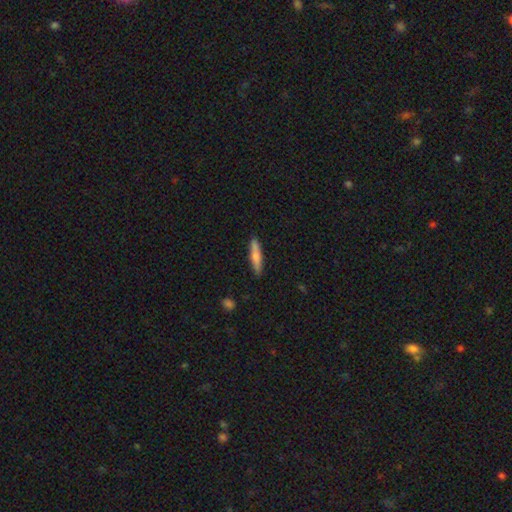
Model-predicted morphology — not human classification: Smooth or featured: smooth — 69% (featured or disk — 25%)
How rounded: cigar-shaped — 89% (in between — 10%)
Merging: none — 88% (minor disturbance — 9%)